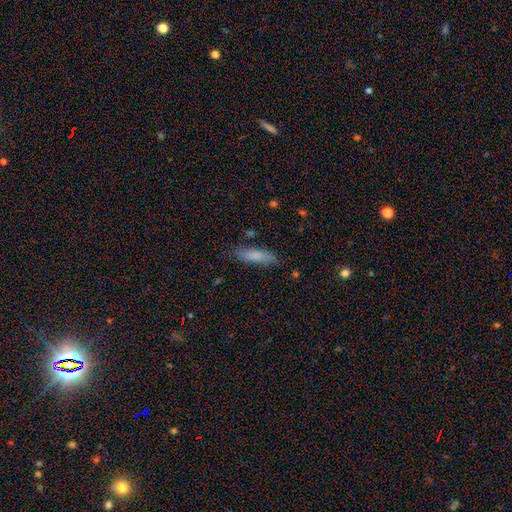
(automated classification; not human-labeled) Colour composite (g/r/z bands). It shows a smooth galaxy with no disk features (79%) that is cigar-shaped (64%). Merging: none (79%).